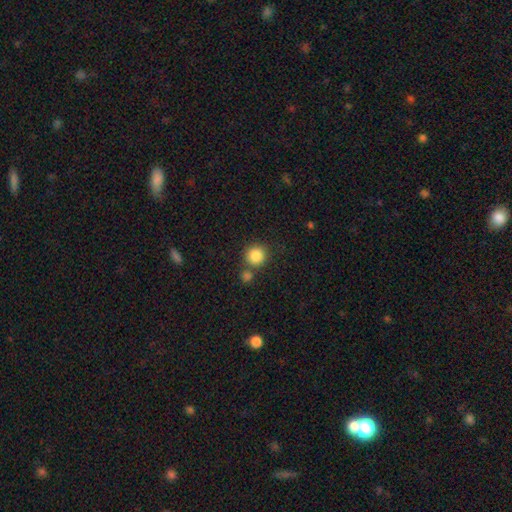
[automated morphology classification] A smooth galaxy with no disk features (85%) that is round (92%). Merging: none (70%).